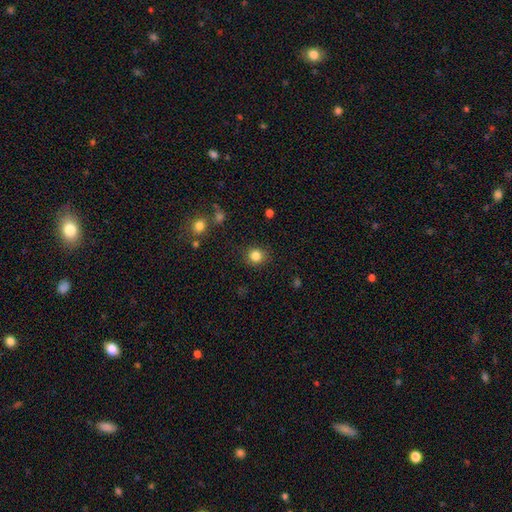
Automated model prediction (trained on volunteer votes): Smooth or featured? smooth (84%)
How rounded? round (86%)
Merging? none (89%)